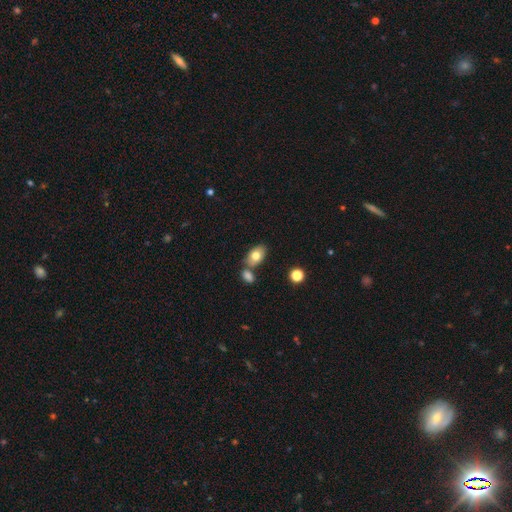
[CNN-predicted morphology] Smooth or featured: smooth — 76% (featured or disk — 16%)
How rounded: in between — 88% (round — 10%)
Merging: none — 61% (merger — 23%)